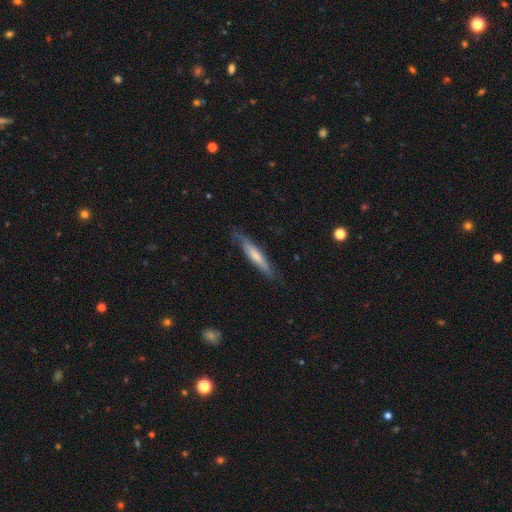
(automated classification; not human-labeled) Q: Smooth or featured?
A: smooth (55%); runner-up: featured or disk (39%)
Q: How rounded?
A: cigar-shaped (86%); runner-up: in between (13%)
Q: Merging?
A: none (71%); runner-up: minor disturbance (22%)